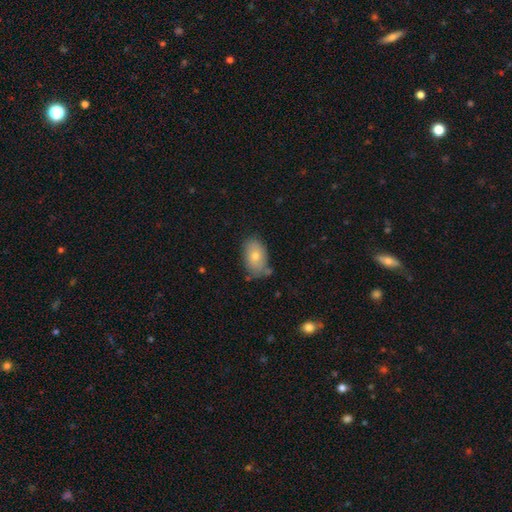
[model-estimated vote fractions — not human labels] Overall: smooth (71%). How rounded: in between (88%). Merging: none (69%).